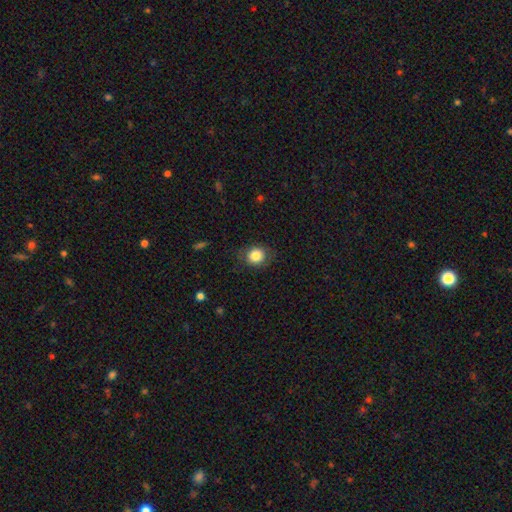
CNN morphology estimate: Smooth or featured?
  - smooth: 83% *
  - star or artifact: 9%
  - featured or disk: 7%
How rounded?
  - round: 75% *
  - in between: 24%
  - cigar-shaped: 1%
Merging?
  - none: 80% *
  - minor disturbance: 14%
  - major disturbance: 5%
  - merger: 1%